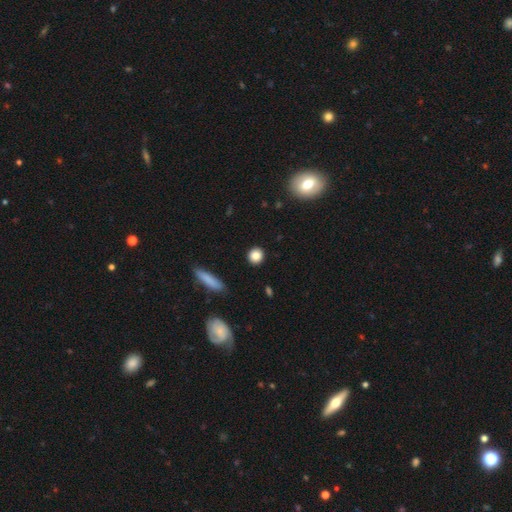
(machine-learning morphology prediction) Q: Smooth or featured?
A: smooth (85%); runner-up: star or artifact (9%)
Q: How rounded?
A: round (84%); runner-up: in between (14%)
Q: Merging?
A: none (91%); runner-up: minor disturbance (6%)